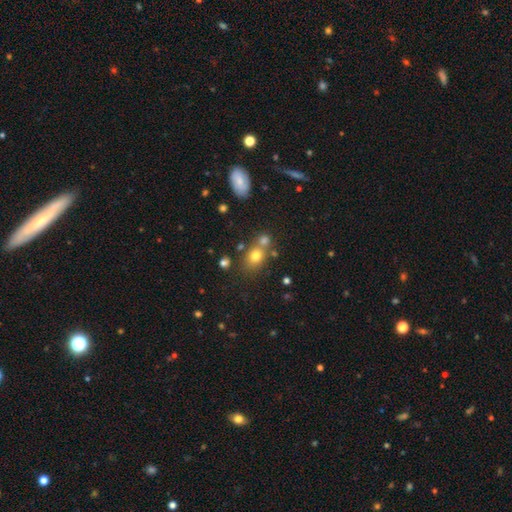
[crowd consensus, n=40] Volunteers were most divided on "how rounded": in between: 61%, round: 39%, cigar-shaped: 0%. More confident: merging — none (72%); smooth or featured — smooth (70%).